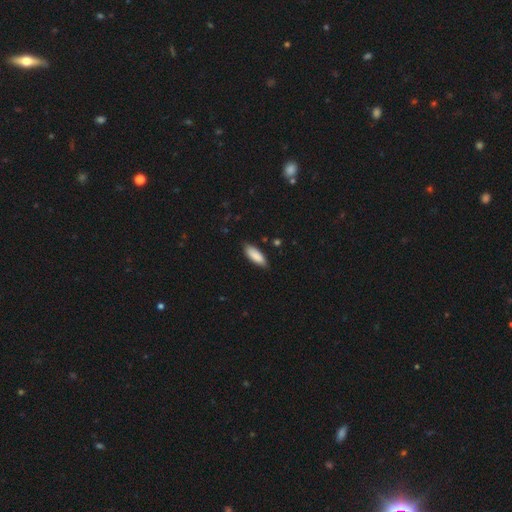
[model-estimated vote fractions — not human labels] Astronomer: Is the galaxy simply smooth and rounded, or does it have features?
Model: smooth — 89%.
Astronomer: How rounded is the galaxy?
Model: in between — 70%.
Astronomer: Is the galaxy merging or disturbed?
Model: none — 83%.